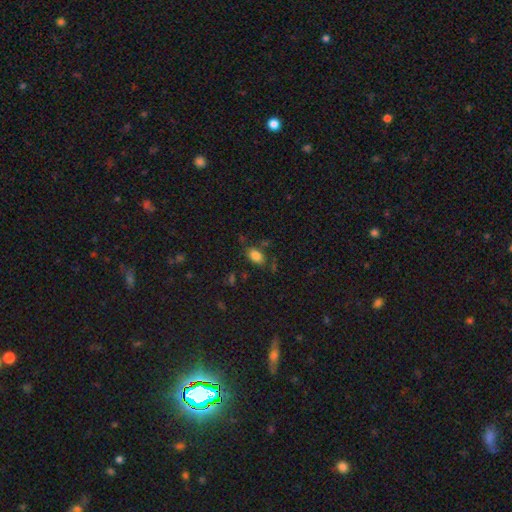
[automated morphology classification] A smooth galaxy with no disk features (82%) that is in between round and cigar-shaped (86%). Merging: none (74%).